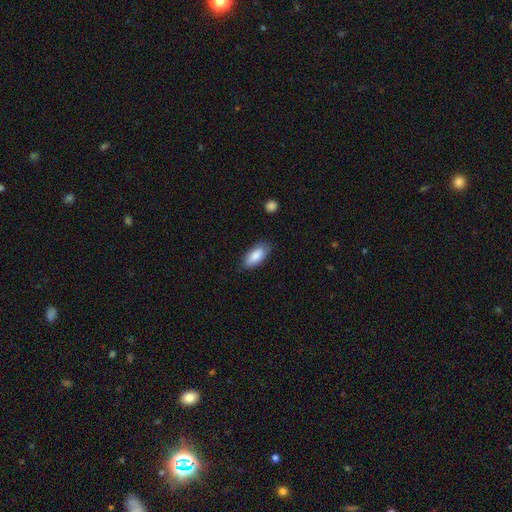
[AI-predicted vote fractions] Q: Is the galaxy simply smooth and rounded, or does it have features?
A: smooth — 84%.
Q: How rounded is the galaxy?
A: in between — 89%.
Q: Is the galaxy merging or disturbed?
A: none — 80%.